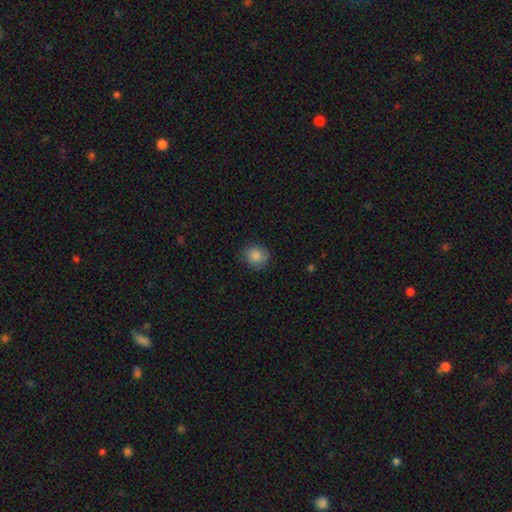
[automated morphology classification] Smooth or featured? smooth (86%)
How rounded? round (84%)
Merging? none (85%)